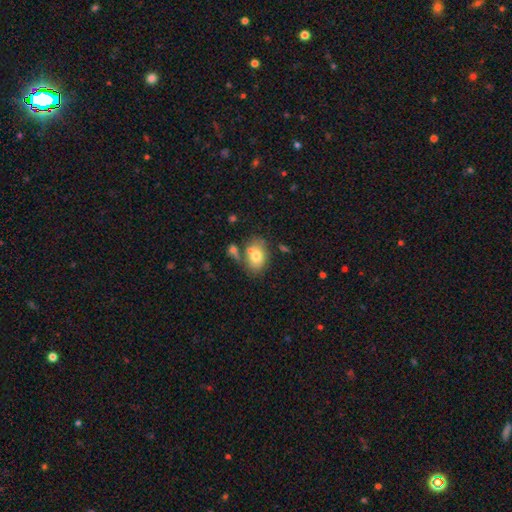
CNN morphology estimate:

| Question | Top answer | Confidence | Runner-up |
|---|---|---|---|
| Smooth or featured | smooth | 76% | featured or disk (15%) |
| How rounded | in between | 76% | round (23%) |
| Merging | none | 60% | merger (18%) |